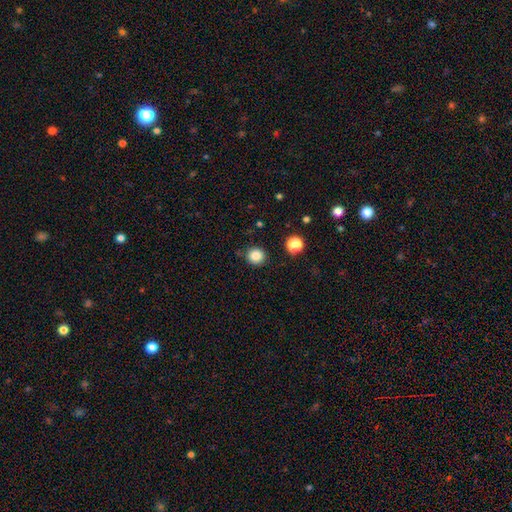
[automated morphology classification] Smooth or featured: smooth — 85% (star or artifact — 11%)
How rounded: round — 91% (in between — 8%)
Merging: none — 86% (minor disturbance — 9%)